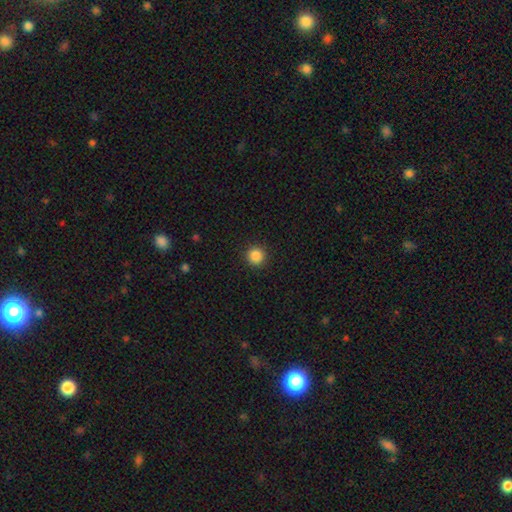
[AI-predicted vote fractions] Smooth or featured? Predicted: smooth (p=0.86). How rounded? Predicted: round (p=0.94). Merging? Predicted: none (p=0.92).